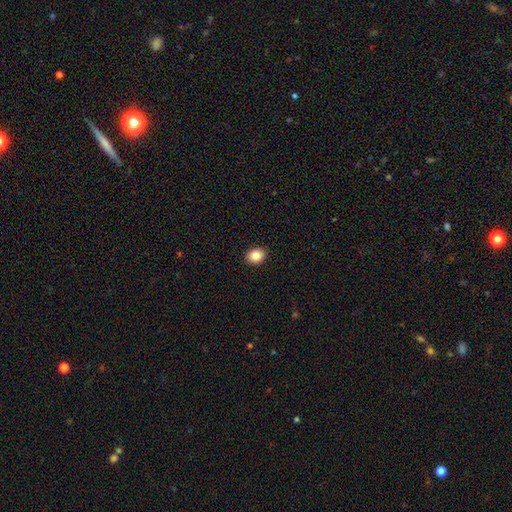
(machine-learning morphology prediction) Smooth or featured: smooth — 86% (star or artifact — 9%)
How rounded: in between — 50% (round — 49%)
Merging: none — 92% (minor disturbance — 6%)